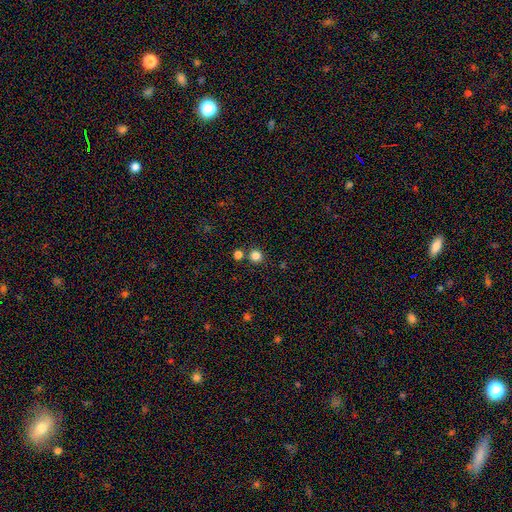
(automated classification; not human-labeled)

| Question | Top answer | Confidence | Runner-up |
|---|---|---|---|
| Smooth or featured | smooth | 83% | star or artifact (13%) |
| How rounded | round | 93% | in between (6%) |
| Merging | none | 80% | merger (12%) |